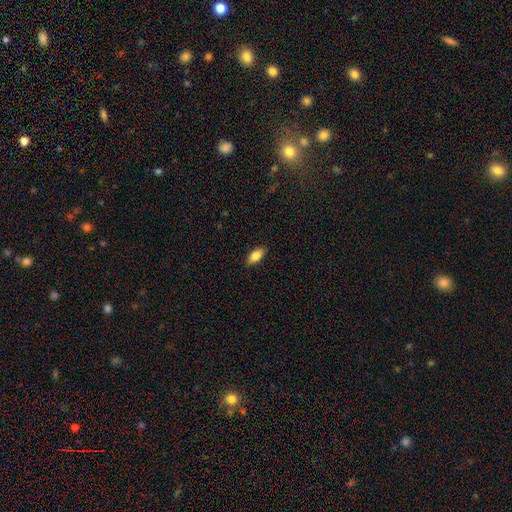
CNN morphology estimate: smooth 83%, featured or disk 10%, star or artifact 7%. Down the decision tree: how rounded — in between (88%); merging — none (86%).